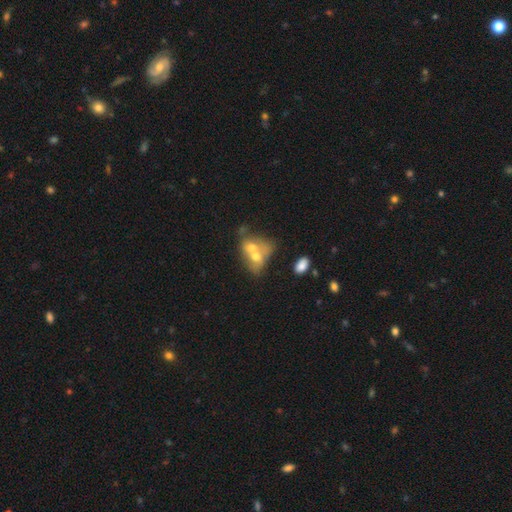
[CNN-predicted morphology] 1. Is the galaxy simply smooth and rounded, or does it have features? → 56% smooth, 34% featured or disk, 10% star or artifact.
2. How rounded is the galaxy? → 63% in between, 36% round, 2% cigar-shaped.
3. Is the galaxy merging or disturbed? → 73% merger, 14% none, 7% minor disturbance, 6% major disturbance.